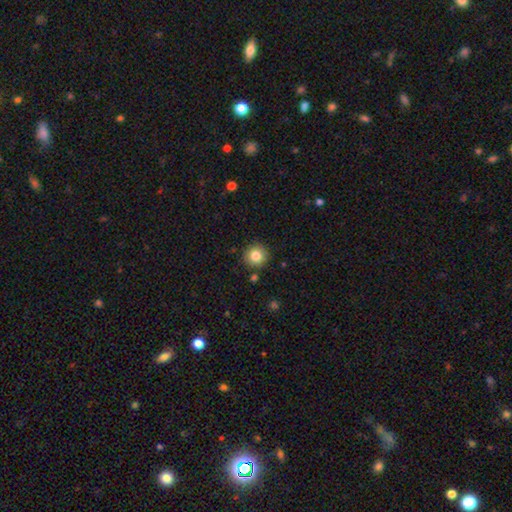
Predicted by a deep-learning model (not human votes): The model was most divided on "smooth or featured": smooth: 82%, star or artifact: 10%, featured or disk: 7%. More confident: how rounded — round (94%); merging — none (89%).